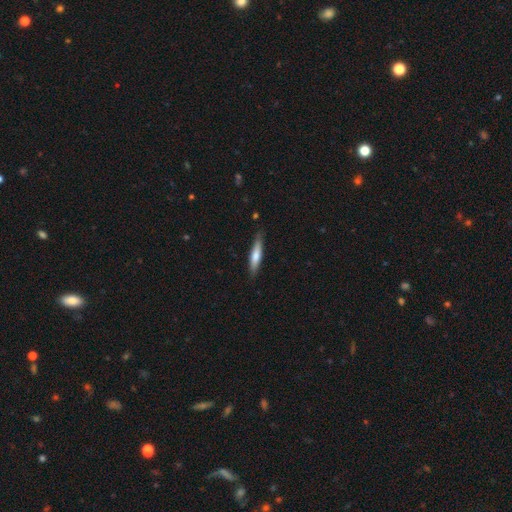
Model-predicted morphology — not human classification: type=smooth (64%); roundness=cigar-shaped (84%); merging=none (83%).